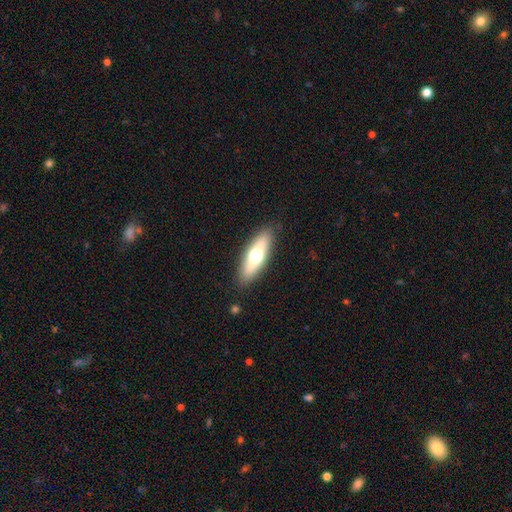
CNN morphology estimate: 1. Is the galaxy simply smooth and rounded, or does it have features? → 57% smooth, 37% featured or disk, 6% star or artifact.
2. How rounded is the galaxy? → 53% in between, 45% cigar-shaped, 2% round.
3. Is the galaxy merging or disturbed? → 87% none, 9% minor disturbance, 2% major disturbance, 1% merger.